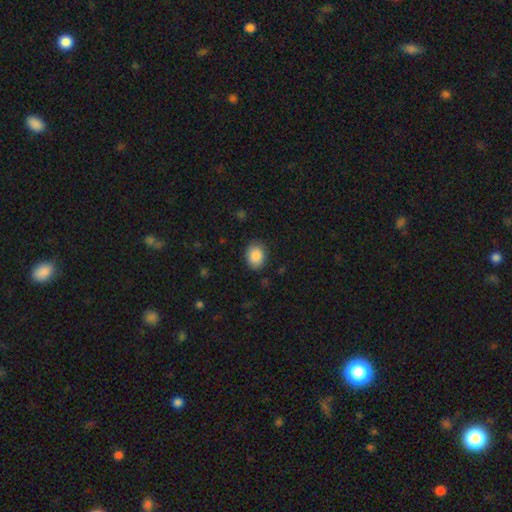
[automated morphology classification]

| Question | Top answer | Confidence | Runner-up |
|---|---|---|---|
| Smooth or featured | smooth | 88% | star or artifact (8%) |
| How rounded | in between | 60% | round (39%) |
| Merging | none | 83% | minor disturbance (13%) |